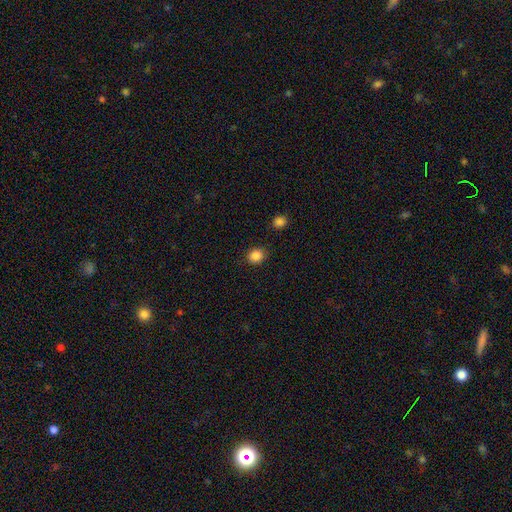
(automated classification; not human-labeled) smooth_or_featured: smooth (p=0.86) [alt: star or artifact p=0.10]
how_rounded: round (p=0.67) [alt: in between p=0.32]
merging: none (p=0.87) [alt: minor disturbance p=0.08]